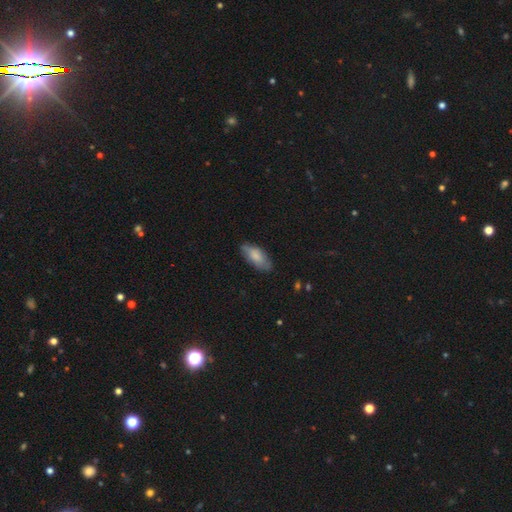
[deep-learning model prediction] The model was most divided on "smooth or featured": smooth: 74%, featured or disk: 20%, star or artifact: 6%. More confident: how rounded — in between (85%); merging — none (77%).